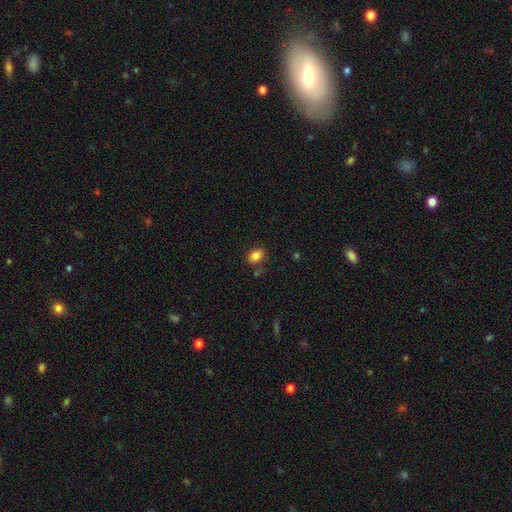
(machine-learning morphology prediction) Q: Smooth or featured?
A: smooth (84%); runner-up: star or artifact (10%)
Q: How rounded?
A: in between (70%); runner-up: round (28%)
Q: Merging?
A: none (74%); runner-up: minor disturbance (15%)